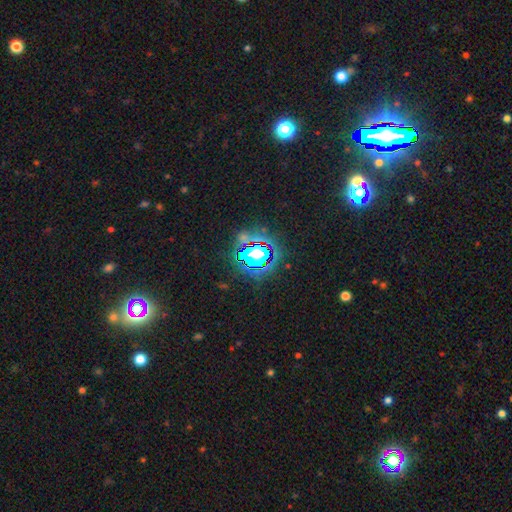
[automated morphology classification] smooth-or-featured: star or artifact: 73% | smooth: 16% | featured or disk: 10%